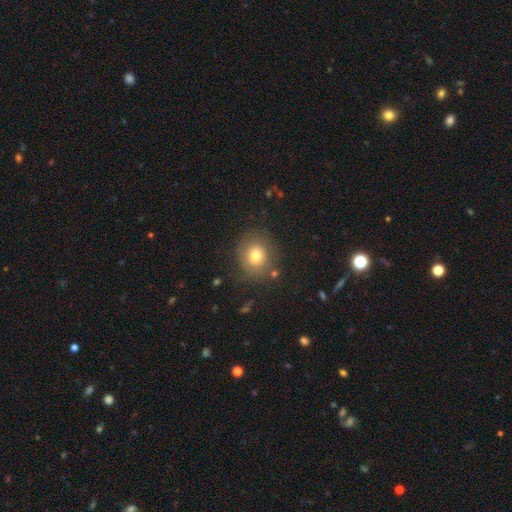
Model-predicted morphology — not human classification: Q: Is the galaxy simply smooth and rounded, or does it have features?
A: smooth — 73%.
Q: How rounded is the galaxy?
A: round — 80%.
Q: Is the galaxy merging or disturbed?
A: none — 78%.